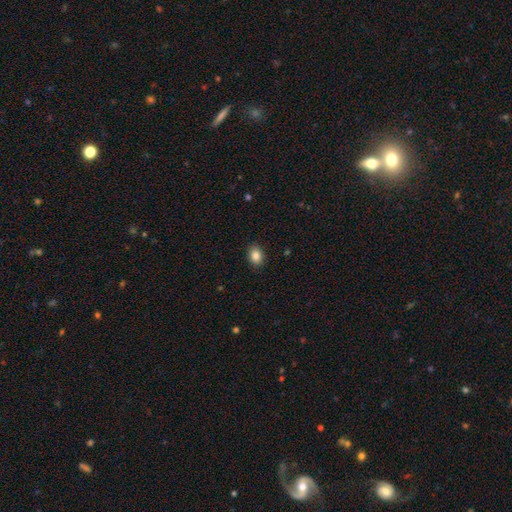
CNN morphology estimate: This appears to be a smooth galaxy with no disk features (86%) that is in between round and cigar-shaped (70%). Merging: none (89%).